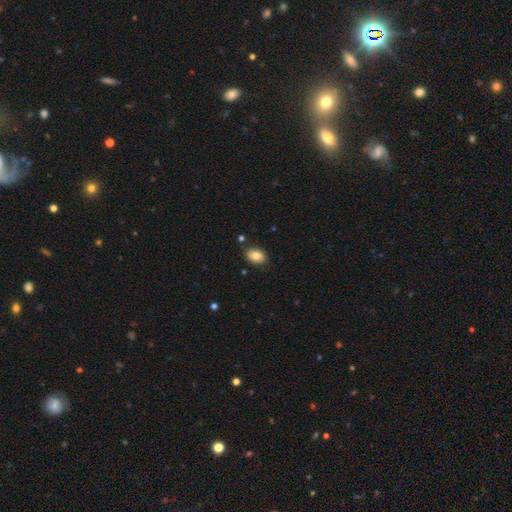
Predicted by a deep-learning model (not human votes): smooth_or_featured: smooth (p=0.83) [alt: featured or disk p=0.09]
how_rounded: in between (p=0.82) [alt: round p=0.17]
merging: none (p=0.83) [alt: minor disturbance p=0.12]